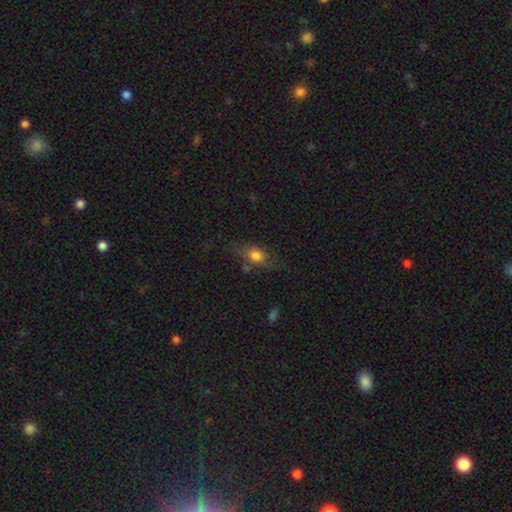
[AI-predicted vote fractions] Smooth or featured: smooth — 71% (featured or disk — 18%)
How rounded: in between — 65% (round — 24%)
Merging: none — 62% (minor disturbance — 23%)